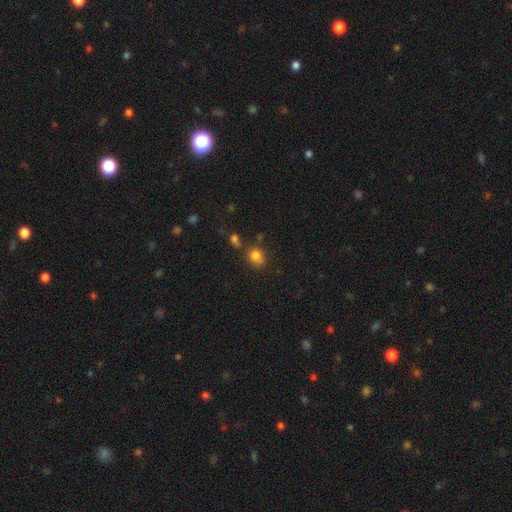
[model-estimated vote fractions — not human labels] Overall: smooth (80%). How rounded: round (61%; in between 38%). Merging: none (64%).